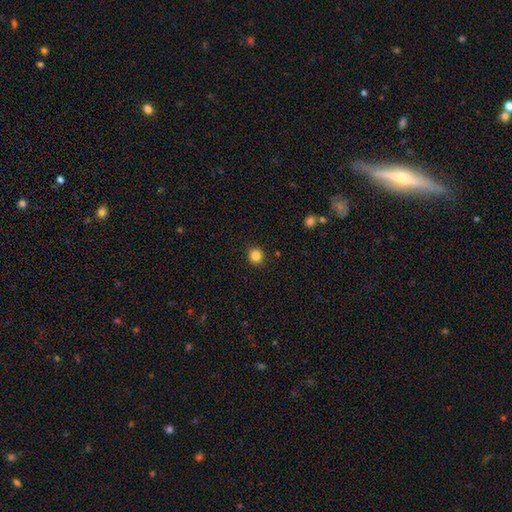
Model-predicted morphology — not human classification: Q: Smooth or featured?
A: smooth (84%); runner-up: star or artifact (11%)
Q: How rounded?
A: round (91%); runner-up: in between (8%)
Q: Merging?
A: none (92%); runner-up: minor disturbance (6%)